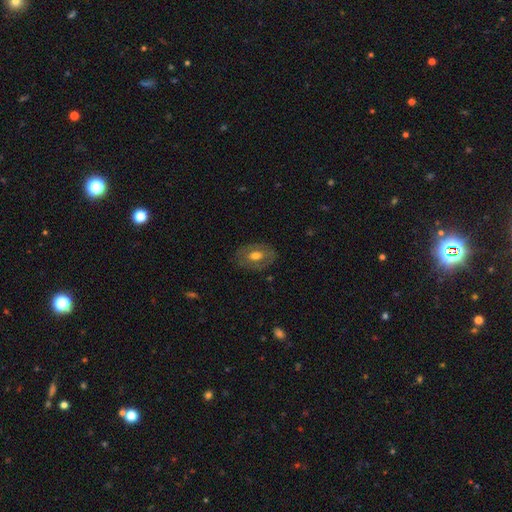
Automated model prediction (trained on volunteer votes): Smooth or featured? Predicted: smooth (p=0.49). Merging? Predicted: none (p=0.80).